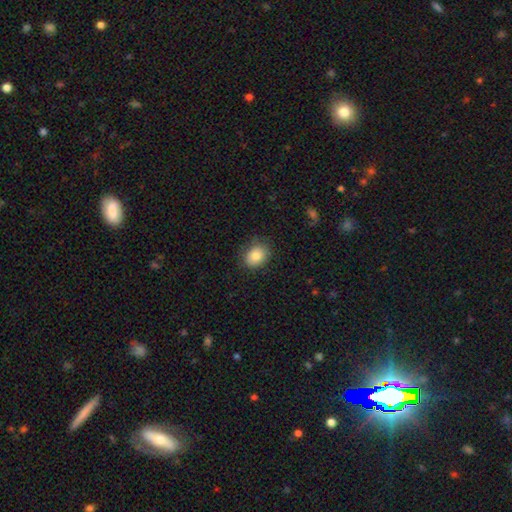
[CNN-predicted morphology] smooth_or_featured: smooth (p=0.83) [alt: star or artifact p=0.09]
how_rounded: in between (p=0.58) [alt: round p=0.41]
merging: none (p=0.79) [alt: minor disturbance p=0.16]